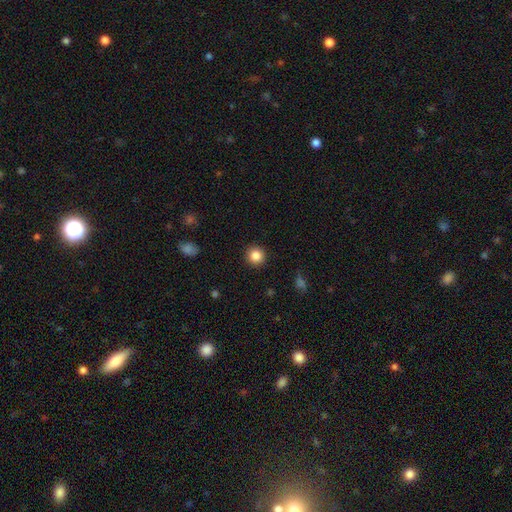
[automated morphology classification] smooth-or-featured: smooth: 85% | star or artifact: 10% | featured or disk: 4%
  how-rounded: round: 94% | in between: 5% | cigar-shaped: 1%
  merging: none: 92% | minor disturbance: 5% | major disturbance: 2% | merger: 1%